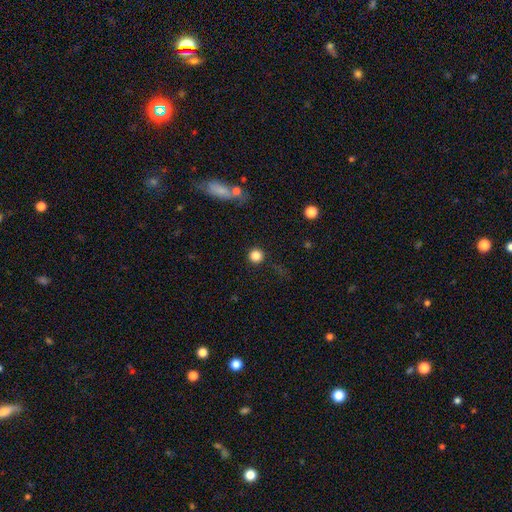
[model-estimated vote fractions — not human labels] Smooth or featured?
  - smooth: 84% *
  - star or artifact: 11%
  - featured or disk: 5%
How rounded?
  - round: 95% *
  - in between: 4%
  - cigar-shaped: 1%
Merging?
  - none: 90% *
  - minor disturbance: 5%
  - major disturbance: 2%
  - merger: 2%